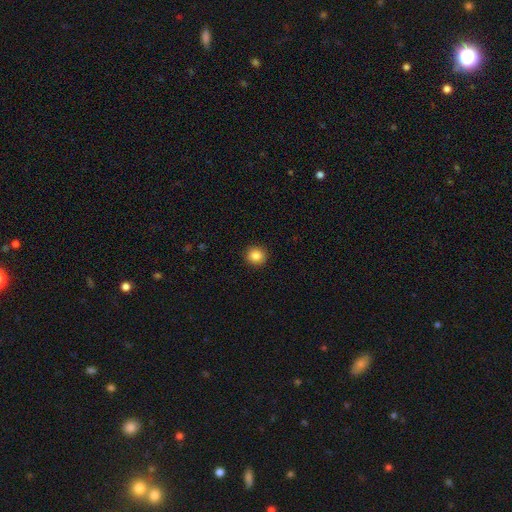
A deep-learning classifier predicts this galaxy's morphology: smooth_or_featured: smooth (p=0.86) [alt: star or artifact p=0.10]
how_rounded: round (p=0.91) [alt: in between p=0.08]
merging: none (p=0.93) [alt: minor disturbance p=0.05]